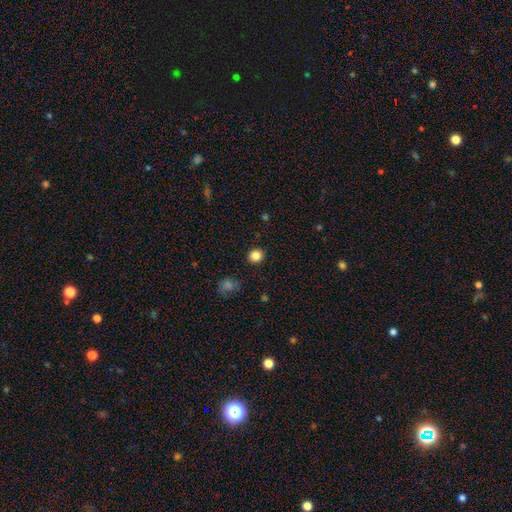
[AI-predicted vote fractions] Q: Smooth or featured?
A: smooth (84%); runner-up: star or artifact (12%)
Q: How rounded?
A: round (83%); runner-up: in between (17%)
Q: Merging?
A: none (90%); runner-up: minor disturbance (7%)